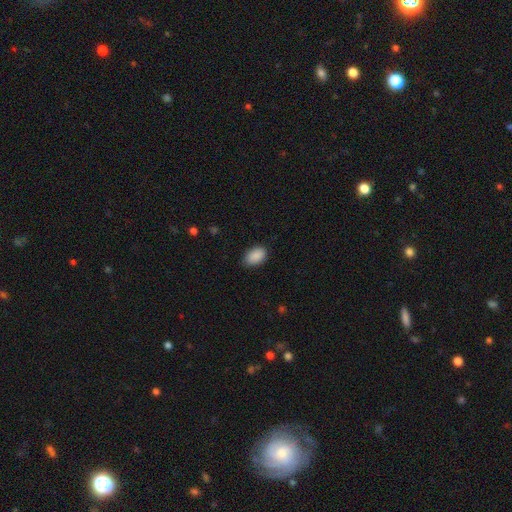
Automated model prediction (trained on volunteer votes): Smooth or featured? smooth (90%)
How rounded? in between (89%)
Merging? none (82%)